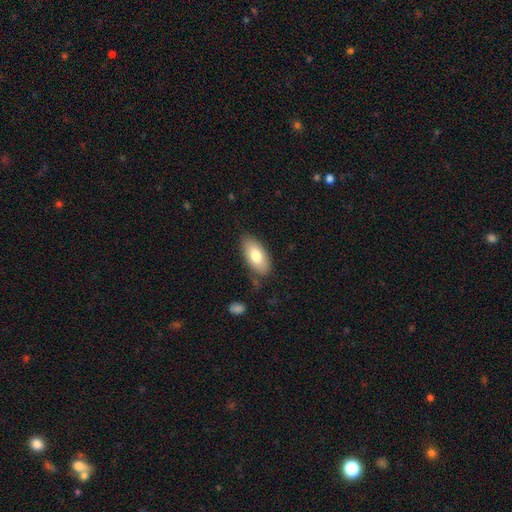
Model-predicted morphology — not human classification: Q: Smooth or featured?
A: smooth (77%); runner-up: featured or disk (17%)
Q: How rounded?
A: in between (90%); runner-up: cigar-shaped (7%)
Q: Merging?
A: none (77%); runner-up: minor disturbance (16%)